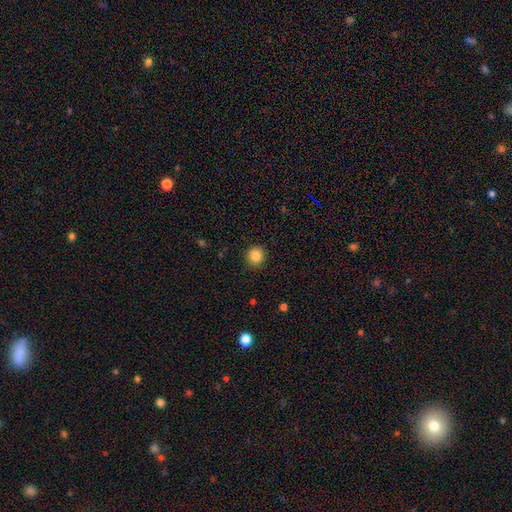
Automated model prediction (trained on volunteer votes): smooth 86%, star or artifact 10%, featured or disk 4%. Down the decision tree: how rounded — round (92%); merging — none (88%).